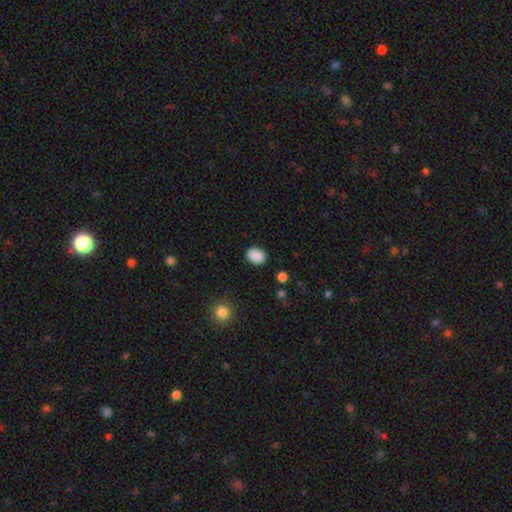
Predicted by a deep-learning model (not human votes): smooth 88%, star or artifact 9%, featured or disk 3%. Down the decision tree: how rounded — in between (61%); merging — none (86%).